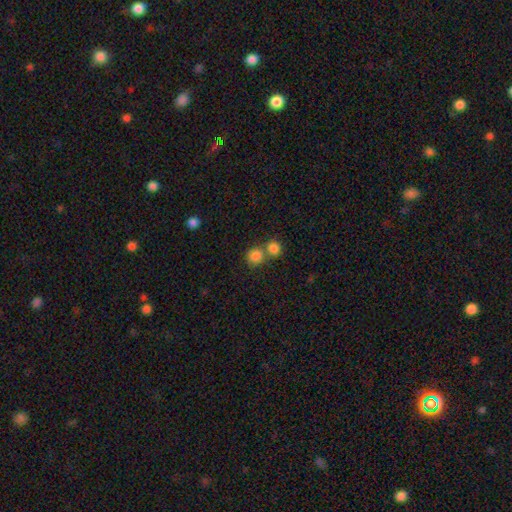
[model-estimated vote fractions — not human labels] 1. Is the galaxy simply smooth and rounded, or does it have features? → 84% smooth, 11% star or artifact, 5% featured or disk.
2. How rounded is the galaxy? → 87% round, 12% in between, 1% cigar-shaped.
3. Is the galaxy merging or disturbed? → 51% none, 40% merger, 7% minor disturbance, 3% major disturbance.